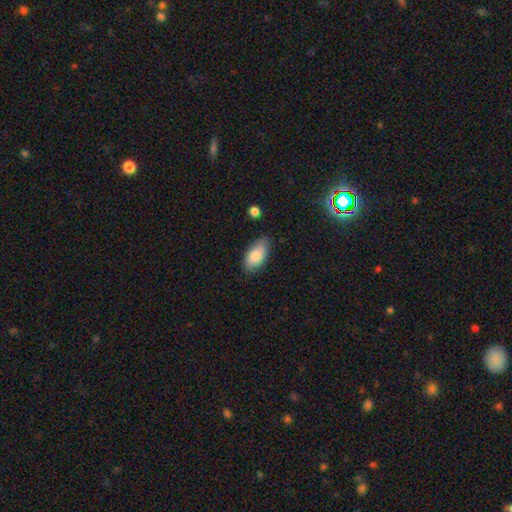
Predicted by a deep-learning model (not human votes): smooth-or-featured: smooth: 83% | featured or disk: 11% | star or artifact: 7%
  how-rounded: in between: 93% | cigar-shaped: 4% | round: 3%
  merging: none: 70% | minor disturbance: 24% | major disturbance: 4% | merger: 2%